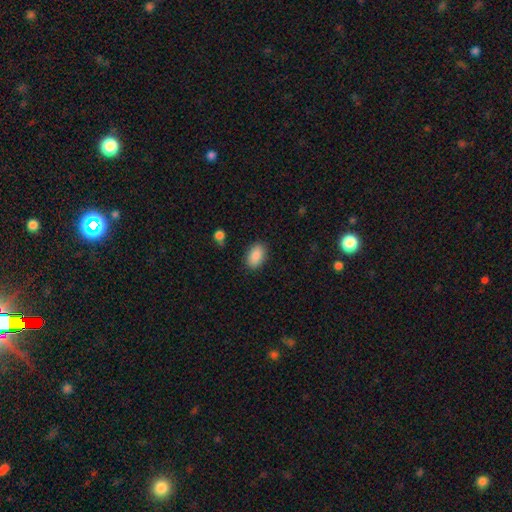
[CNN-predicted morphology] This appears to be a smooth galaxy with no disk features (89%) that is in between round and cigar-shaped (91%). Merging: none (86%).